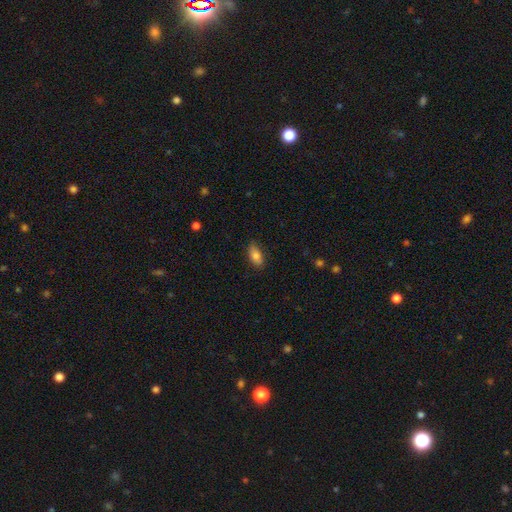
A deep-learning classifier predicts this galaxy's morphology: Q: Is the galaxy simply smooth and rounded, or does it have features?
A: smooth — 82%.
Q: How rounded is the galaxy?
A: in between — 89%.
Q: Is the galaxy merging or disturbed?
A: none — 82%.